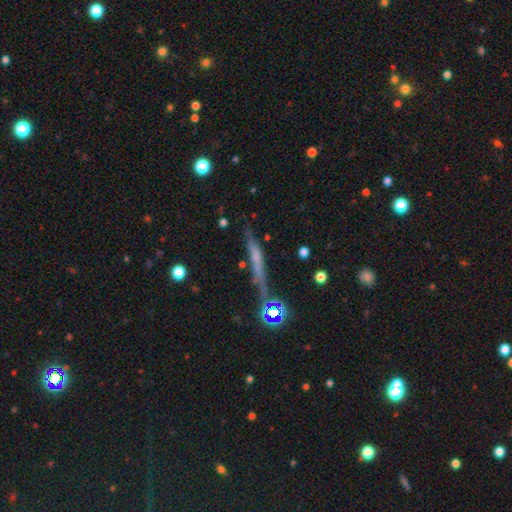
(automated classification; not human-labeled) featured or disk 42%, smooth 41%, star or artifact 16%. Down the decision tree: merging — none (65%).